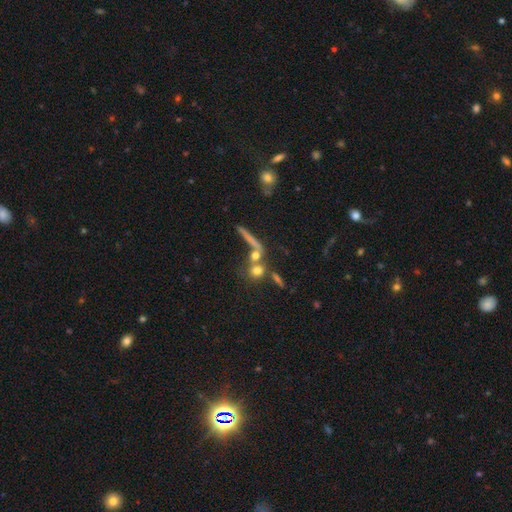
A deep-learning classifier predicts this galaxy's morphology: Smooth or featured: smooth — 65% (featured or disk — 21%)
How rounded: round — 61% (cigar-shaped — 21%)
Merging: none — 51% (merger — 31%)